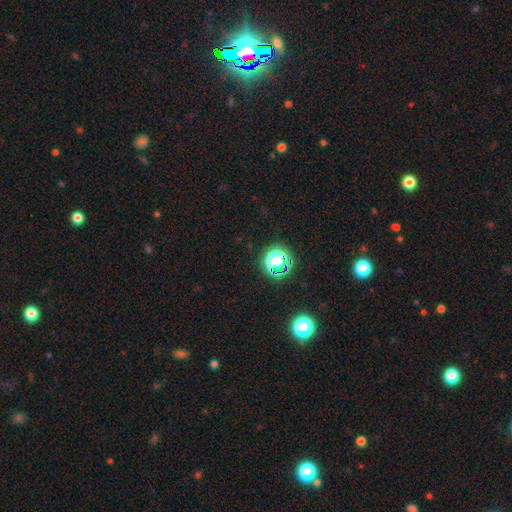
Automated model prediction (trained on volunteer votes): Smooth or featured?
  - star or artifact: 76% *
  - smooth: 17%
  - featured or disk: 7%